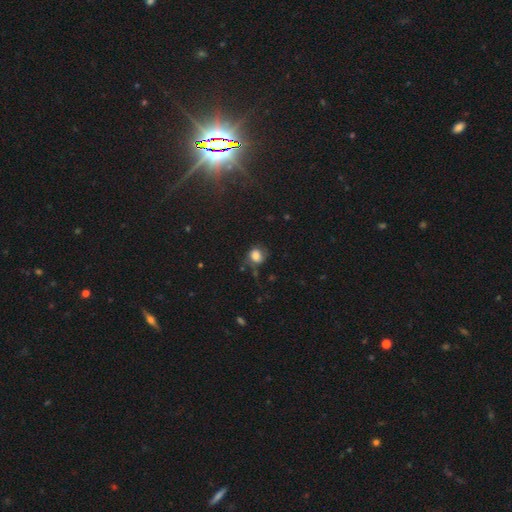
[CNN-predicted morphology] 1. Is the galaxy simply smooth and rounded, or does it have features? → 72% smooth, 17% featured or disk, 11% star or artifact.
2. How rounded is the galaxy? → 71% round, 28% in between, 1% cigar-shaped.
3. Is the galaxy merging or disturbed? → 57% none, 26% minor disturbance, 13% major disturbance, 4% merger.